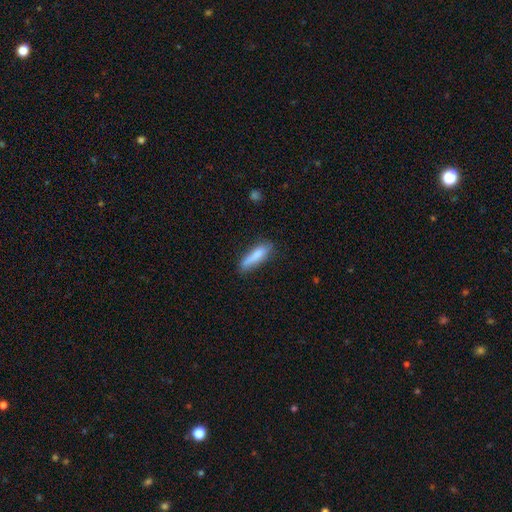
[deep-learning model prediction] Smooth or featured? Predicted: smooth (p=0.78). How rounded? Predicted: cigar-shaped (p=0.71). Merging? Predicted: none (p=0.65).